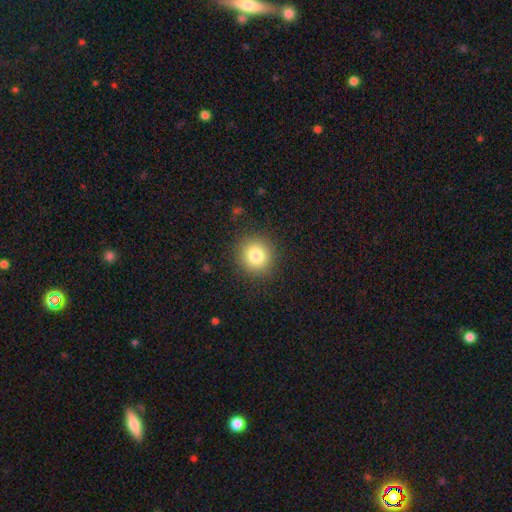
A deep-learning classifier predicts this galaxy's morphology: smooth 82%, star or artifact 11%, featured or disk 8%. Down the decision tree: how rounded — round (89%); merging — none (89%).